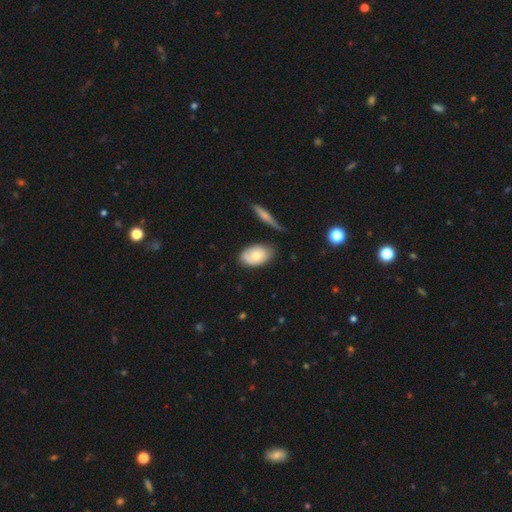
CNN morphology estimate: Smooth or featured? Predicted: smooth (p=0.70). How rounded? Predicted: in between (p=0.89). Merging? Predicted: none (p=0.65).